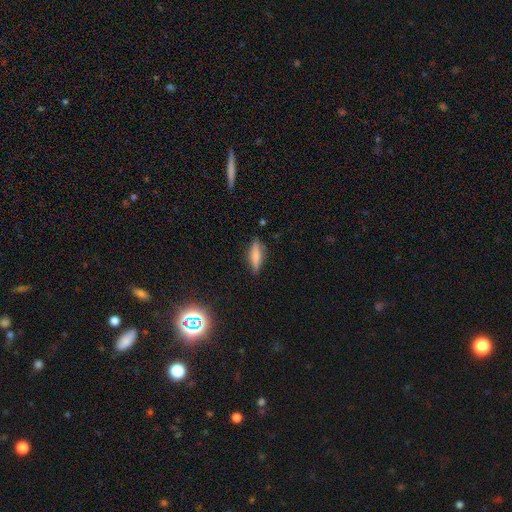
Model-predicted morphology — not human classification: Smooth or featured? Predicted: smooth (p=0.63). How rounded? Predicted: cigar-shaped (p=0.65). Merging? Predicted: none (p=0.80).